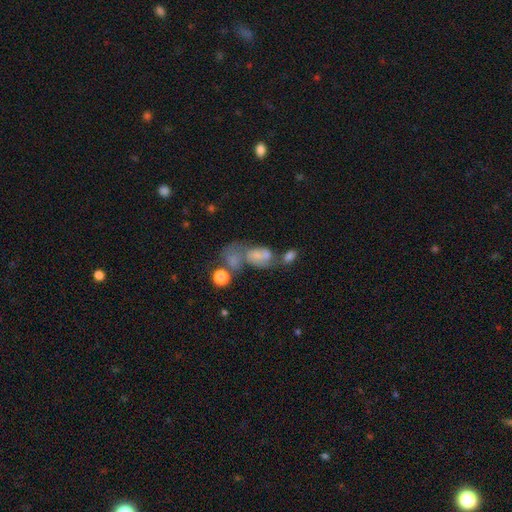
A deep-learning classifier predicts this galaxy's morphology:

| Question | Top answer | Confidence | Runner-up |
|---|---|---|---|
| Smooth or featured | featured or disk | 41% | smooth (37%) |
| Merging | merger | 40% | none (28%) |